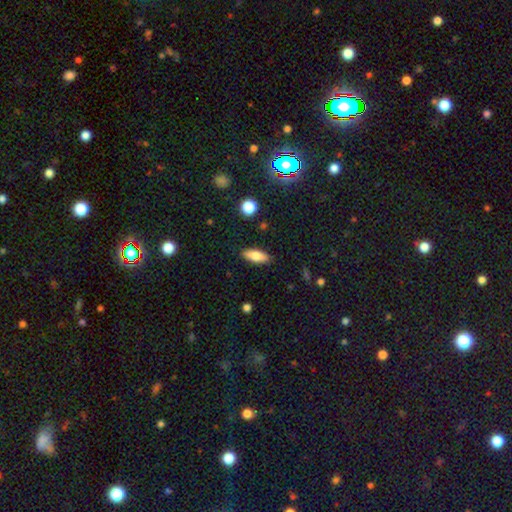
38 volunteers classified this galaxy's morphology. Smooth or featured? smooth (89%)
How rounded? in between (68%)
Merging? none (76%)